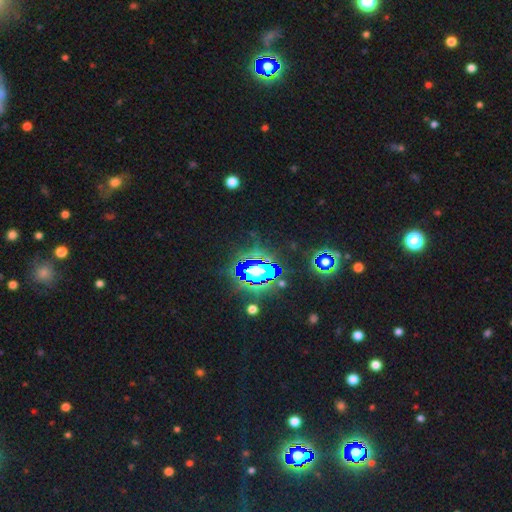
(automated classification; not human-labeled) Overall: star or artifact (76%).